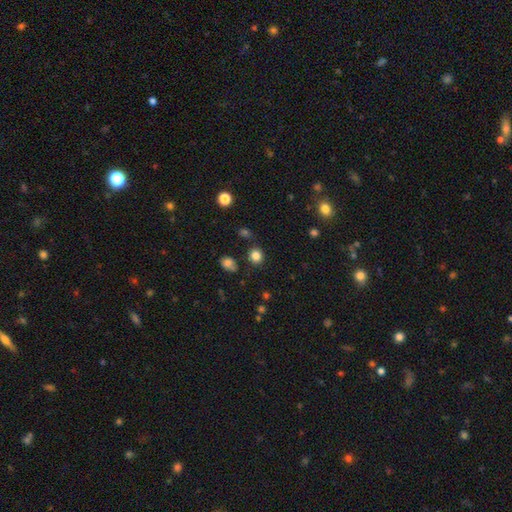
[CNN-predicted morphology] Smooth or featured: smooth — 83% (star or artifact — 12%)
How rounded: round — 84% (in between — 15%)
Merging: none — 83% (minor disturbance — 10%)